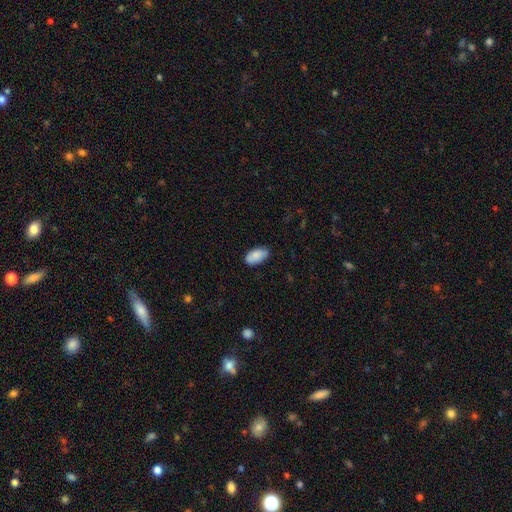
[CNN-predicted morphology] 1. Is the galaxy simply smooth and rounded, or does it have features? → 85% smooth, 9% featured or disk, 6% star or artifact.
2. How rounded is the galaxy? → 94% in between, 3% round, 3% cigar-shaped.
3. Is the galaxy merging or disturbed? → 78% none, 18% minor disturbance, 3% major disturbance, 1% merger.